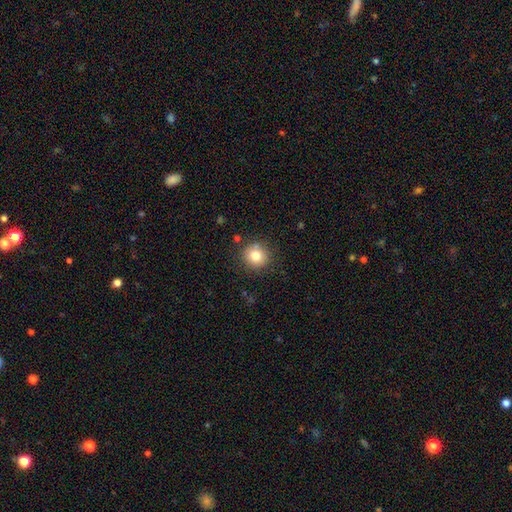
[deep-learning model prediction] A smooth galaxy with no disk features (79%) that is round (92%). Merging: none (85%).